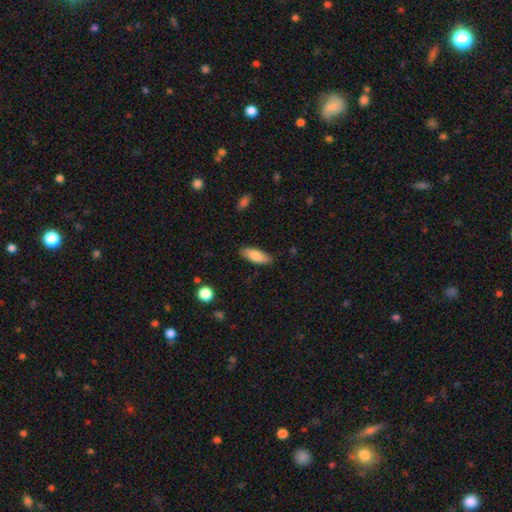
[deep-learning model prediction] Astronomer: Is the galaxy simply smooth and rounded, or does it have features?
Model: smooth — 82%.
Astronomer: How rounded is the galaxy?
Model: in between — 70%.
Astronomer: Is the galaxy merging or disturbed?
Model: none — 86%.